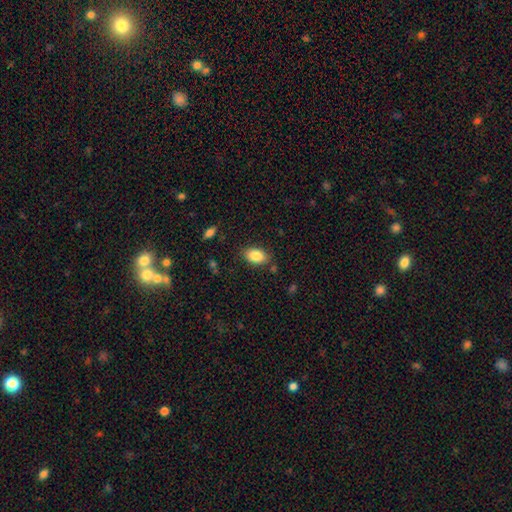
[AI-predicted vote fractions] Q: Smooth or featured?
A: smooth (86%); runner-up: star or artifact (7%)
Q: How rounded?
A: in between (89%); runner-up: round (9%)
Q: Merging?
A: none (83%); runner-up: minor disturbance (12%)